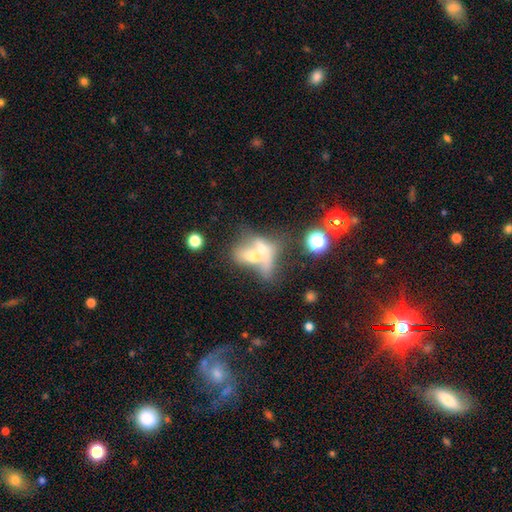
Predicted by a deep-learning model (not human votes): Smooth or featured? Predicted: smooth (p=0.45). Merging? Predicted: merger (p=0.65).